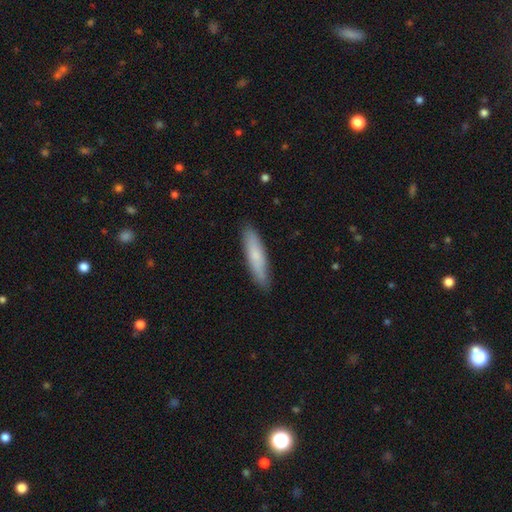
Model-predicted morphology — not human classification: The model was most divided on "smooth or featured": smooth: 73%, featured or disk: 22%, star or artifact: 5%. More confident: merging — none (86%); how rounded — cigar-shaped (81%).